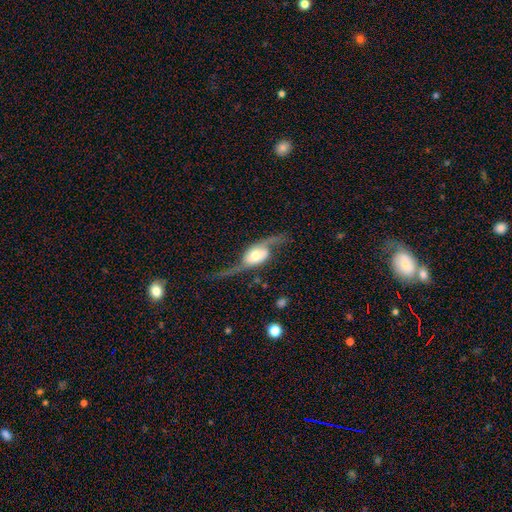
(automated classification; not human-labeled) Smooth or featured: featured or disk — 79% (smooth — 15%)
Edge-on disk: no — 84% (yes — 16%)
Bar: no — 56% (weak — 28%)
Spiral arms: yes — 90% (no — 10%)
Spiral winding: loose — 85% (medium — 12%)
Spiral arm count: 2 — 89% (1 — 6%)
Bulge size: moderate — 49% (large — 26%)
Merging: none — 47% (major disturbance — 29%)